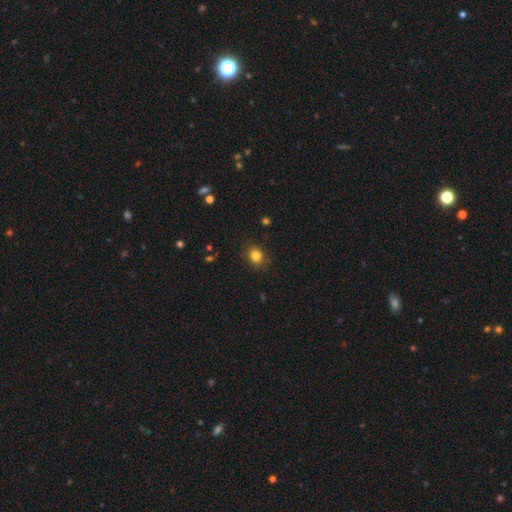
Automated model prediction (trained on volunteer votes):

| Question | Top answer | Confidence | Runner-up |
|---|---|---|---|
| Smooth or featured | smooth | 83% | star or artifact (12%) |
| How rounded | round | 61% | in between (38%) |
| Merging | none | 85% | minor disturbance (11%) |